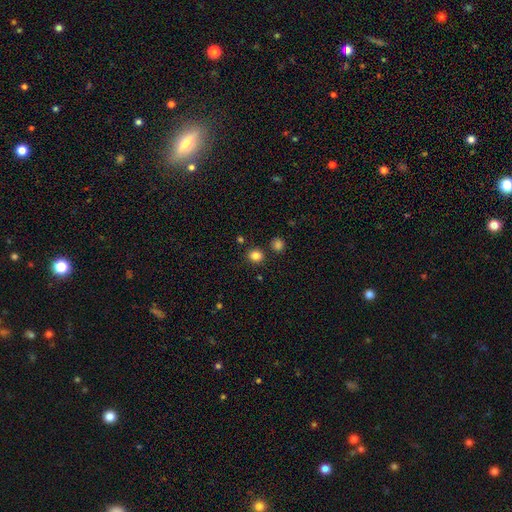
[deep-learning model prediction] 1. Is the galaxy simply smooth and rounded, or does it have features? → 83% smooth, 13% star or artifact, 4% featured or disk.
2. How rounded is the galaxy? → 79% round, 20% in between, 1% cigar-shaped.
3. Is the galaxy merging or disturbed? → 85% none, 7% minor disturbance, 5% merger, 2% major disturbance.